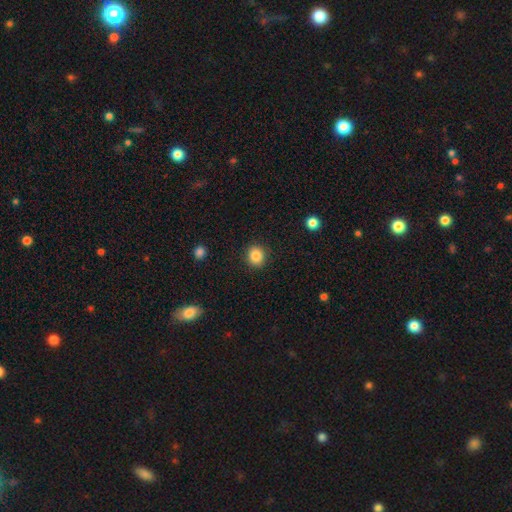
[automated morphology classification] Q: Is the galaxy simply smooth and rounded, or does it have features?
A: smooth — 86%.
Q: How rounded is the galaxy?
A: round — 83%.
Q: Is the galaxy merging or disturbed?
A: none — 90%.